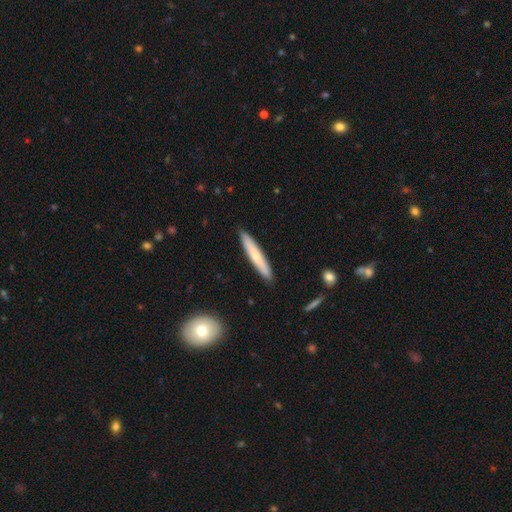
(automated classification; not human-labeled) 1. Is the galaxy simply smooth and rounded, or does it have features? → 64% smooth, 30% featured or disk, 5% star or artifact.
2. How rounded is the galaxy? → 93% cigar-shaped, 6% in between, 1% round.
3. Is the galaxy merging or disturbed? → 90% none, 7% minor disturbance, 1% major disturbance, 1% merger.